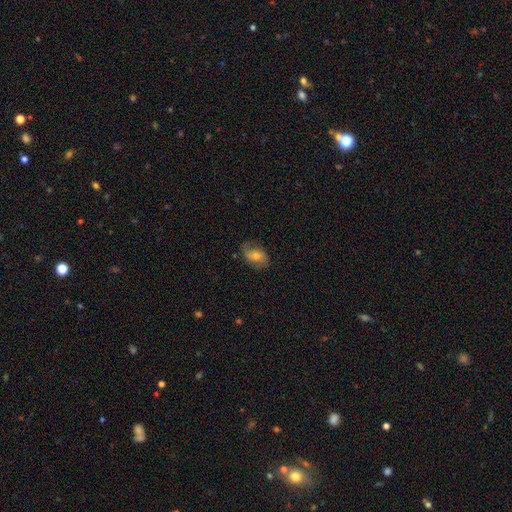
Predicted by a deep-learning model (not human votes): smooth-or-featured: featured or disk: 51% | smooth: 41% | star or artifact: 8%
  disk-edge-on: no: 96% | yes: 4%
  merging: none: 65% | minor disturbance: 23% | major disturbance: 11% | merger: 1%